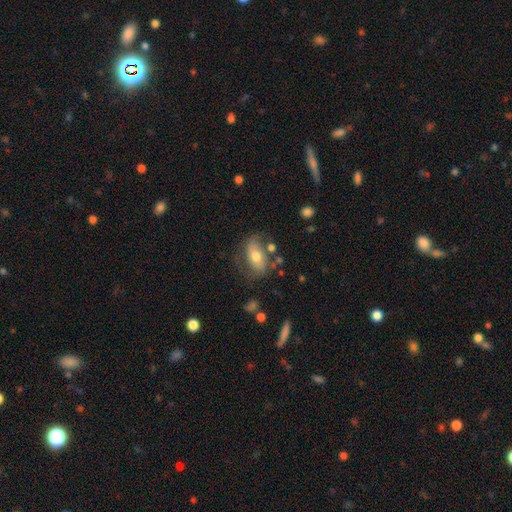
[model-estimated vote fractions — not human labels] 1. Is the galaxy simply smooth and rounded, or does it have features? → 48% smooth, 44% featured or disk, 9% star or artifact.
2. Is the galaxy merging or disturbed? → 57% none, 22% minor disturbance, 16% major disturbance, 6% merger.